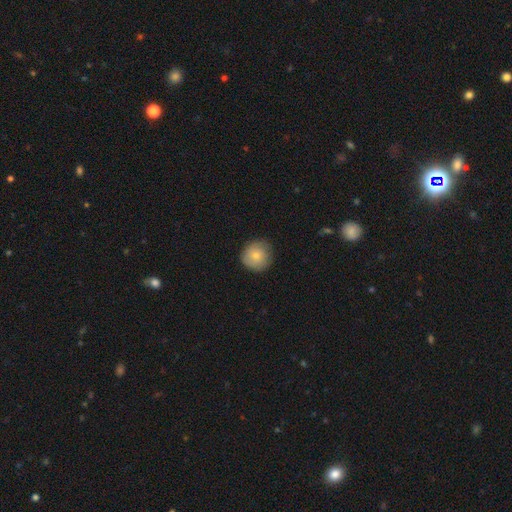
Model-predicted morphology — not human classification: Overall: smooth (79%). How rounded: round (93%). Merging: none (83%).